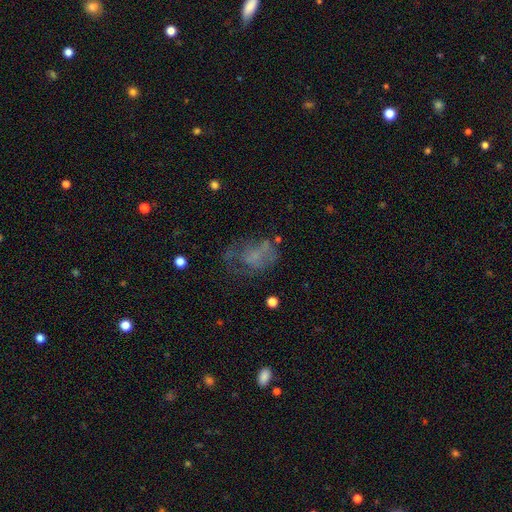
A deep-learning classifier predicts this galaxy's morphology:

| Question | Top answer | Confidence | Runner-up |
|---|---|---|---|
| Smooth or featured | featured or disk | 42% | smooth (40%) |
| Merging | major disturbance | 37% | none (36%) |